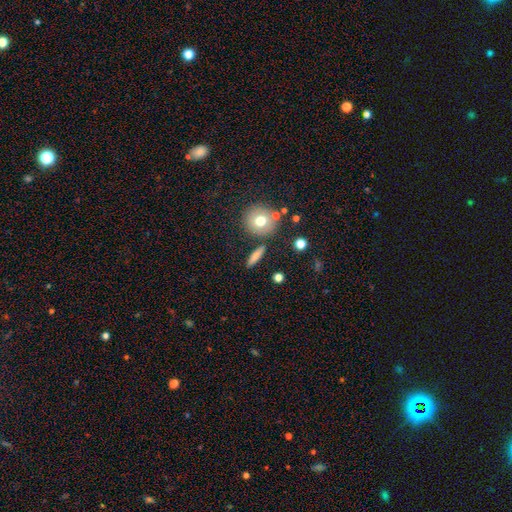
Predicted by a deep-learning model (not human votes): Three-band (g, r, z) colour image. It shows a smooth galaxy with no disk features (73%) that is cigar-shaped (68%). Merging: none (85%).